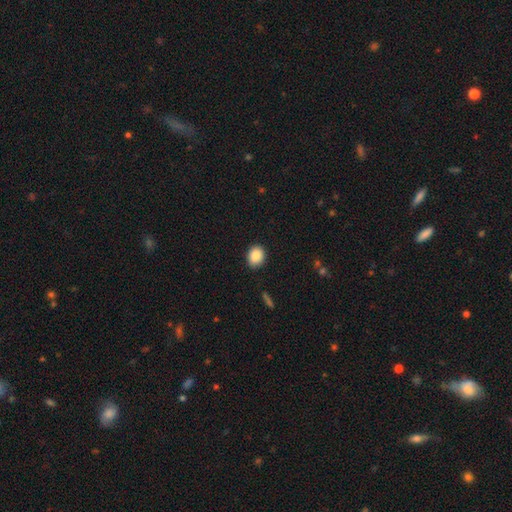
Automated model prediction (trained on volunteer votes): Smooth or featured? Predicted: smooth (p=0.88). How rounded? Predicted: round (p=0.58). Merging? Predicted: none (p=0.89).